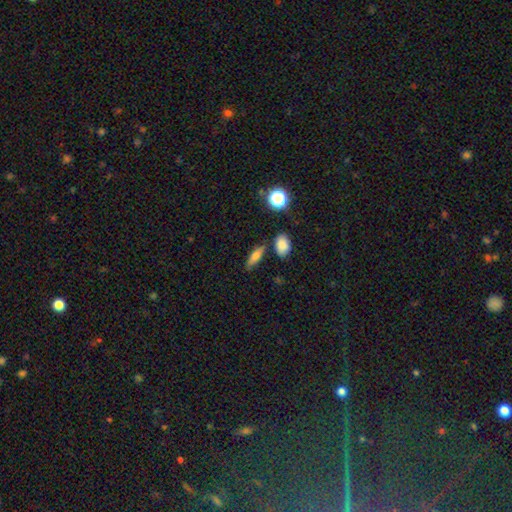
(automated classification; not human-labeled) Q: Smooth or featured?
A: smooth (67%); runner-up: featured or disk (22%)
Q: How rounded?
A: cigar-shaped (47%); runner-up: in between (46%)
Q: Merging?
A: none (80%); runner-up: minor disturbance (11%)